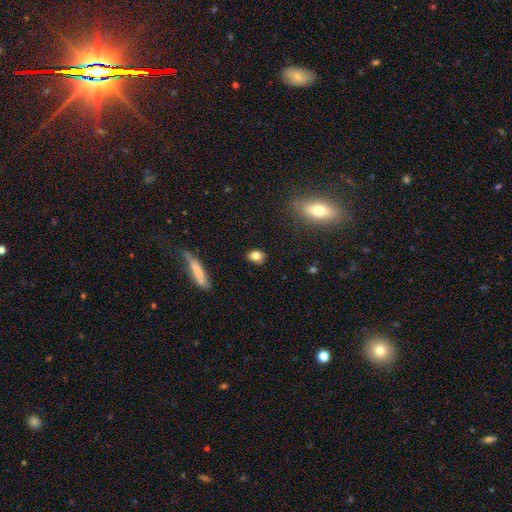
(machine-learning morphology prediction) Q: Smooth or featured?
A: smooth (81%); runner-up: star or artifact (10%)
Q: How rounded?
A: in between (62%); runner-up: round (35%)
Q: Merging?
A: none (82%); runner-up: minor disturbance (13%)